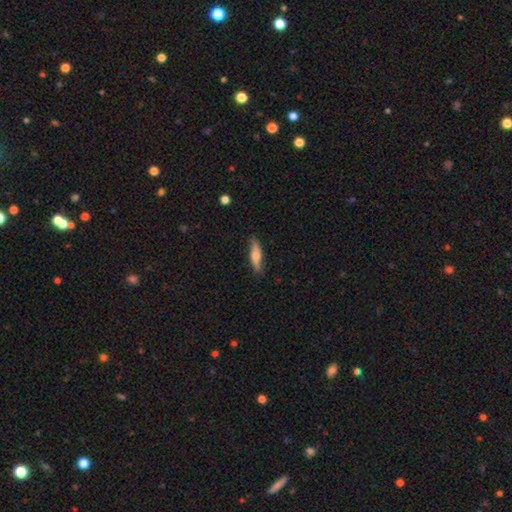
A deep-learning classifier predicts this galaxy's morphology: Smooth or featured?
  - smooth: 51% *
  - featured or disk: 43%
  - star or artifact: 6%
How rounded?
  - cigar-shaped: 68% *
  - in between: 29%
  - round: 3%
Merging?
  - none: 82% *
  - minor disturbance: 14%
  - major disturbance: 2%
  - merger: 1%